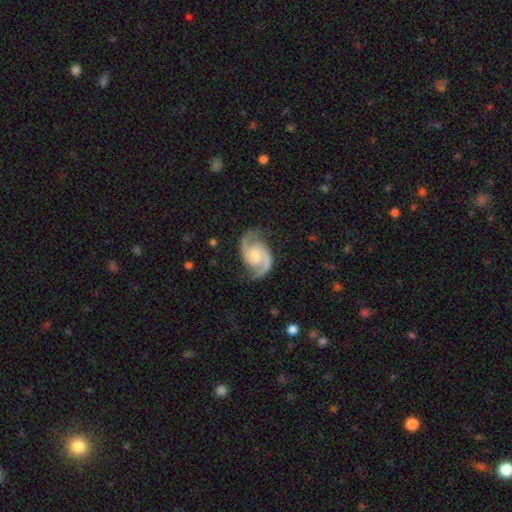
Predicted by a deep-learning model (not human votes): This is clearly a featured or disk galaxy (91%). It is clearly not viewed edge-on (98%). Bar: possibly no (55%). Spiral arm pattern: clearly yes (98%). Spiral arm count: clearly 2 (94%). Spiral winding: possibly medium (58%). Central bulge: possibly moderate (47%). Merging: likely none (77%).